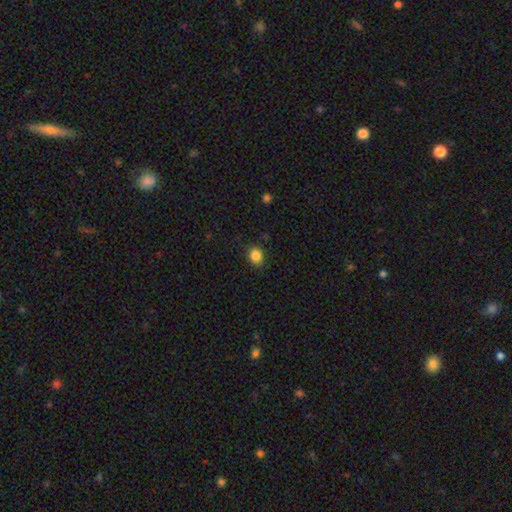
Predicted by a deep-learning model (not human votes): This appears to be a smooth galaxy with no disk features (86%) that is round (55%). Merging: none (86%).